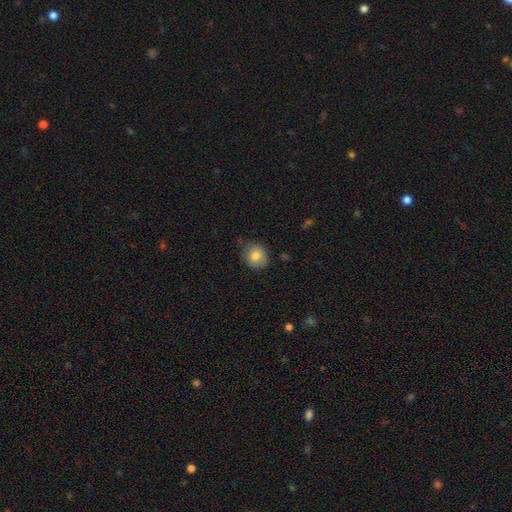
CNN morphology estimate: smooth 80%, featured or disk 12%, star or artifact 9%. Down the decision tree: how rounded — round (80%); merging — none (75%).